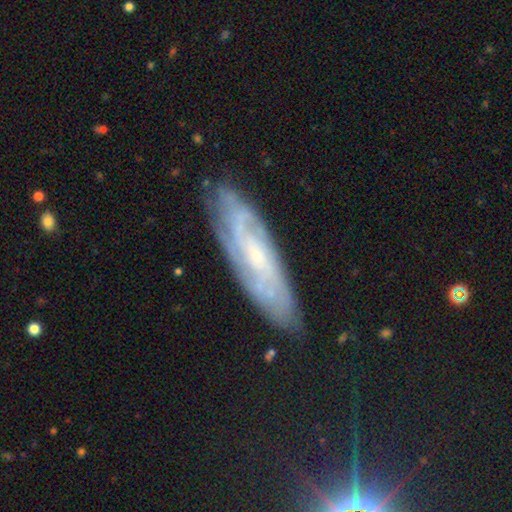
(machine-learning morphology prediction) Q: Smooth or featured?
A: featured or disk (76%); runner-up: smooth (16%)
Q: Edge-on disk?
A: no (76%); runner-up: yes (24%)
Q: Bar?
A: no (62%); runner-up: weak (31%)
Q: Spiral arms?
A: yes (91%); runner-up: no (9%)
Q: Spiral winding?
A: tight (65%); runner-up: medium (27%)
Q: Spiral arm count?
A: can't tell (53%); runner-up: 2 (17%)
Q: Bulge size?
A: small (74%); runner-up: moderate (20%)
Q: Merging?
A: none (80%); runner-up: minor disturbance (15%)